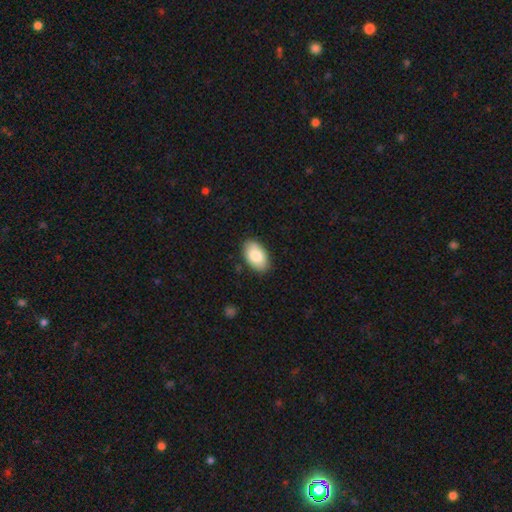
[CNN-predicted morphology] smooth_or_featured: smooth (p=0.84) [alt: featured or disk p=0.10]
how_rounded: in between (p=0.94) [alt: round p=0.05]
merging: none (p=0.85) [alt: minor disturbance p=0.11]